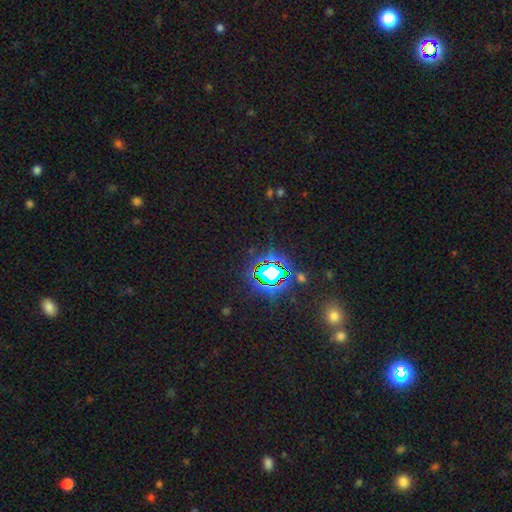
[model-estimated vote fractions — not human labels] The model was most divided on "smooth or featured": star or artifact: 78%, smooth: 14%, featured or disk: 8%.